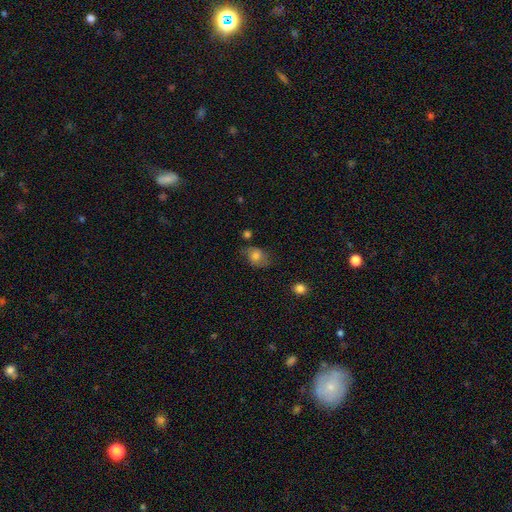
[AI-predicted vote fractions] smooth-or-featured: smooth: 71% | featured or disk: 19% | star or artifact: 10%
  how-rounded: in between: 55% | round: 44% | cigar-shaped: 1%
  merging: none: 61% | minor disturbance: 26% | major disturbance: 10% | merger: 3%